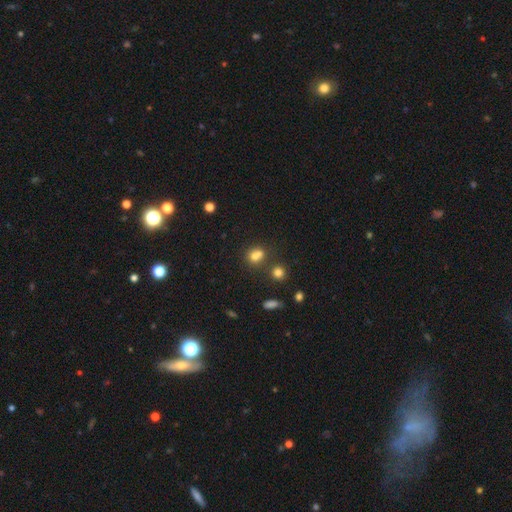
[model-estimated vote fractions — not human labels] Smooth or featured: smooth — 72% (star or artifact — 16%)
How rounded: round — 62% (in between — 36%)
Merging: merger — 47% (none — 39%)